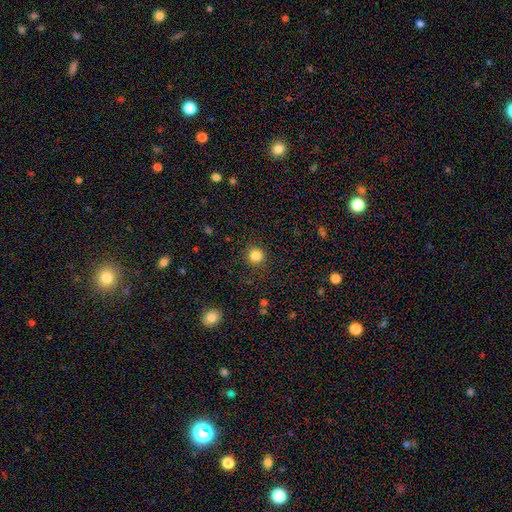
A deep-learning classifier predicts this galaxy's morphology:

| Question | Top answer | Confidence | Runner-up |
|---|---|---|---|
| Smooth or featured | smooth | 84% | star or artifact (12%) |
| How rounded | round | 89% | in between (10%) |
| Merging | none | 87% | minor disturbance (8%) |